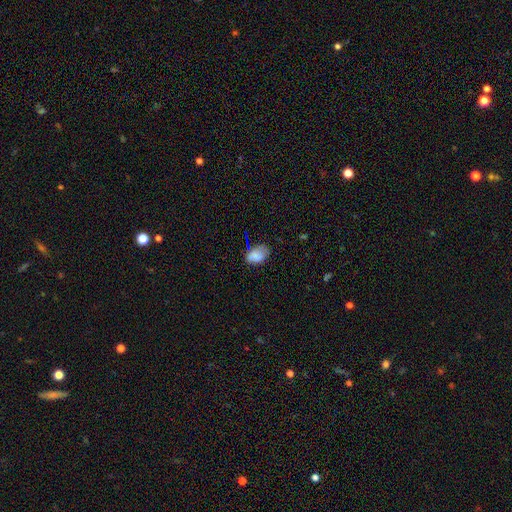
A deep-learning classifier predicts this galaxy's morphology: type=smooth (79%); roundness=in between (89%); merging=none (57%).